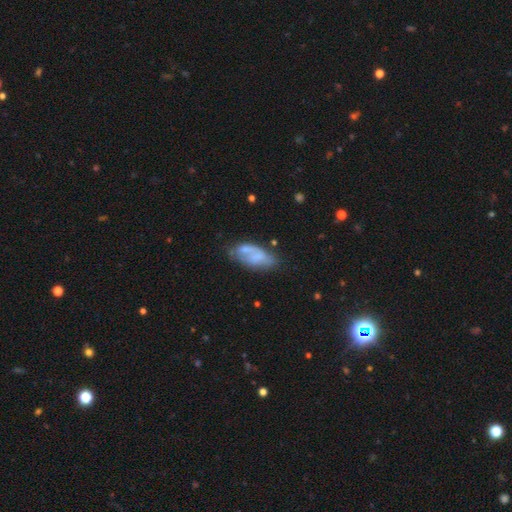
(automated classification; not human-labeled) Smooth or featured? Predicted: smooth (p=0.50). How rounded? Predicted: in between (p=0.90). Merging? Predicted: none (p=0.47).